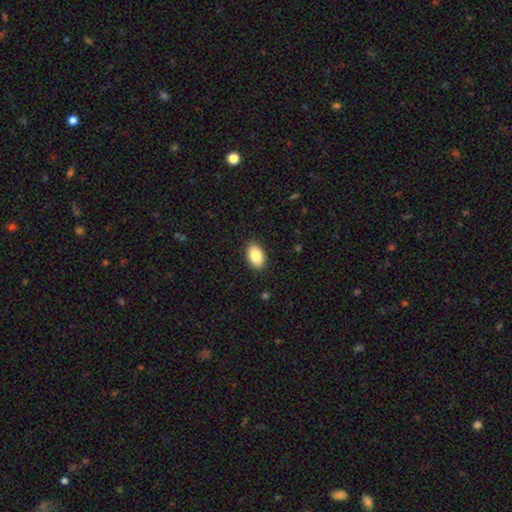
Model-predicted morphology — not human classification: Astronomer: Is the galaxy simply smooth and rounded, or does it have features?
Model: smooth — 85%.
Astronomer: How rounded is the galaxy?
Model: in between — 91%.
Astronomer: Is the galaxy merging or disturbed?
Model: none — 89%.